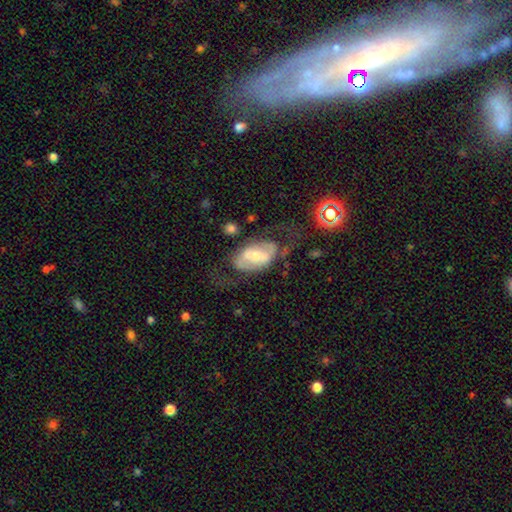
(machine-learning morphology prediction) A featured or disk galaxy (65%) with a strong bar (35%), spiral arms (50%, tied with no) and a moderate central bulge (53%). Merging: none (49%).